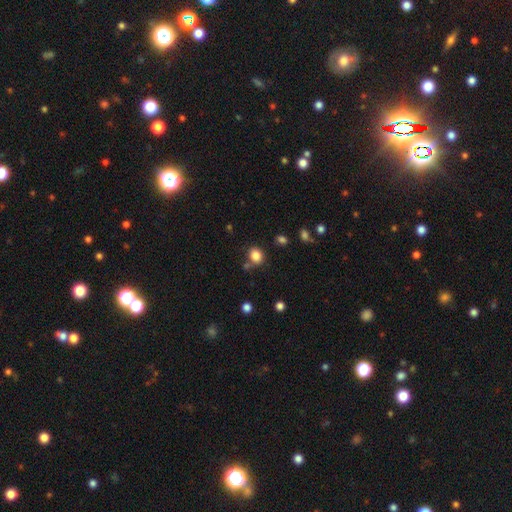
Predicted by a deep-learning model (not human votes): Q: Smooth or featured?
A: smooth (83%); runner-up: star or artifact (12%)
Q: How rounded?
A: round (69%); runner-up: in between (30%)
Q: Merging?
A: none (74%); runner-up: minor disturbance (12%)